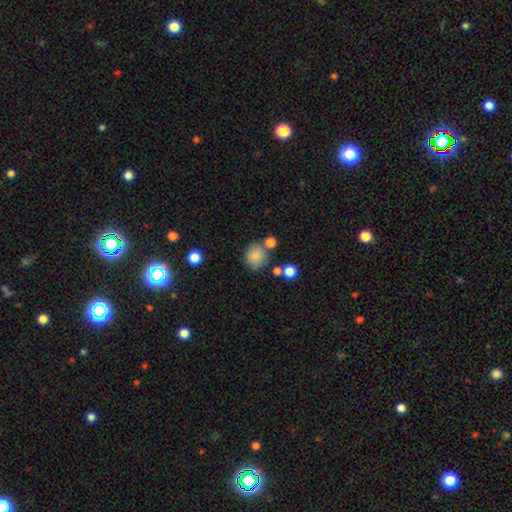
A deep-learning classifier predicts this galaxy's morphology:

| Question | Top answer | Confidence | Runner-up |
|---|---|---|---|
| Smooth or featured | smooth | 84% | star or artifact (10%) |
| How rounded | round | 88% | in between (11%) |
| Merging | none | 73% | minor disturbance (12%) |